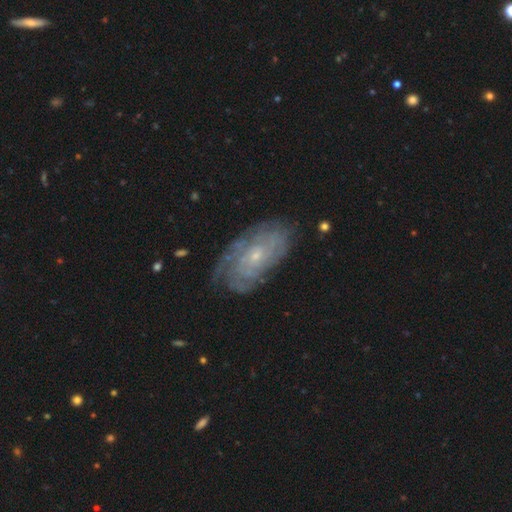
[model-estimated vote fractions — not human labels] featured or disk 76%, smooth 17%, star or artifact 7%. Down the decision tree: edge-on disk — no (94%); bar — no (78%); spiral arms — yes (88%); spiral arm count — can't tell (56%); spiral winding — tight (72%); bulge size — small (76%); merging — none (71%).